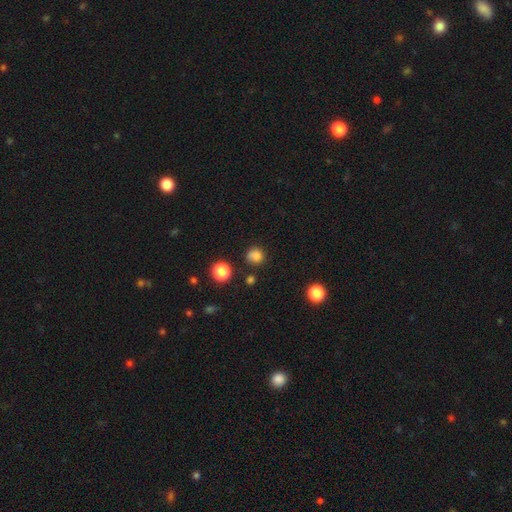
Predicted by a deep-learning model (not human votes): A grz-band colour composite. It shows a smooth galaxy with no disk features (80%) that is round (89%). Merging: none (77%).